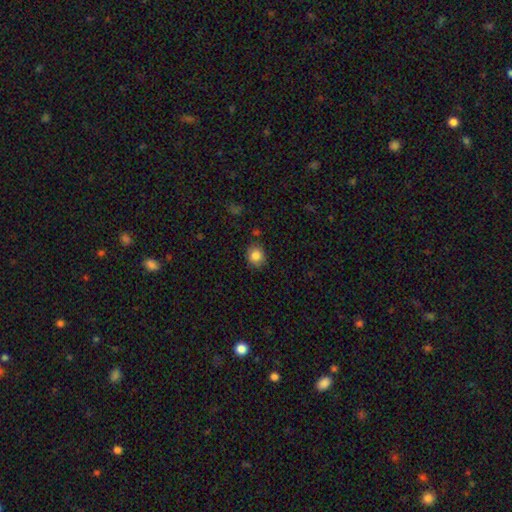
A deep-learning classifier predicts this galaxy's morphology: This is clearly a smooth galaxy (85%). How rounded: clearly round (82%). Merging: clearly none (85%).